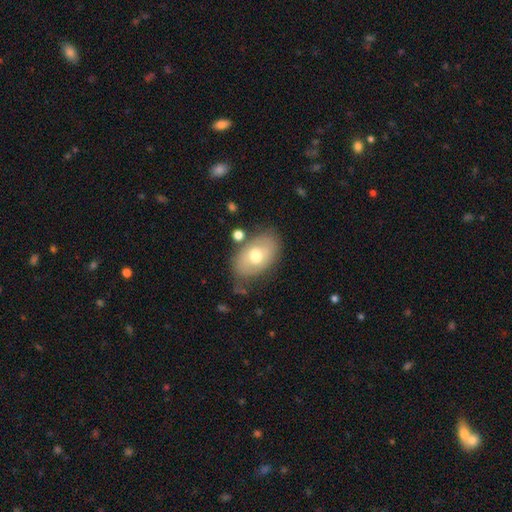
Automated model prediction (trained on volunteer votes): smooth 61%, featured or disk 32%, star or artifact 7%. Down the decision tree: how rounded — in between (88%); merging — none (68%).